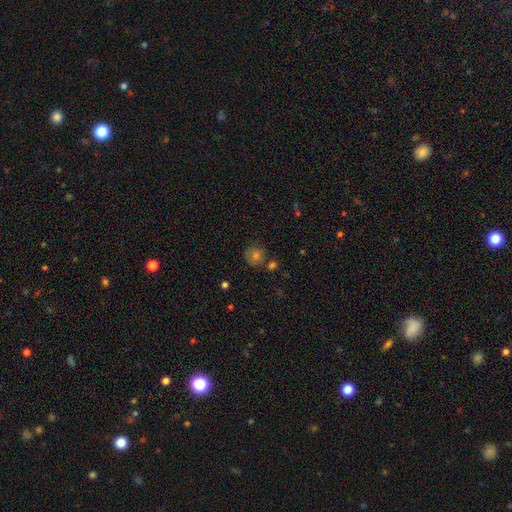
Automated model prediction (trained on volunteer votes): This appears to be a smooth galaxy with no disk features (64%) that is round (85%). Merging: none (73%).